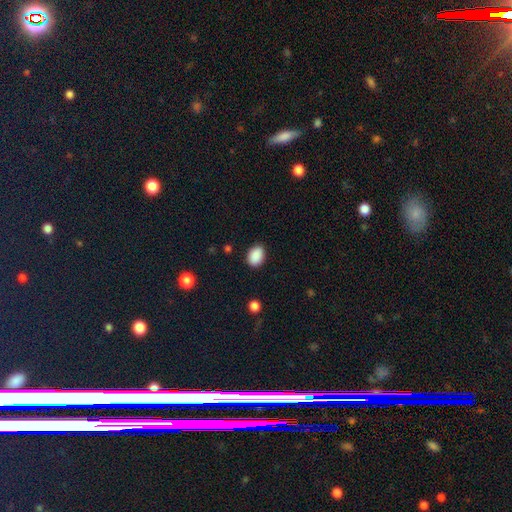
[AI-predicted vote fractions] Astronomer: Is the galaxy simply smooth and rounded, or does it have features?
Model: smooth — 89%.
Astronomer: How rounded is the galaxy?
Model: in between — 73%.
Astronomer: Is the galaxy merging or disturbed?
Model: none — 87%.